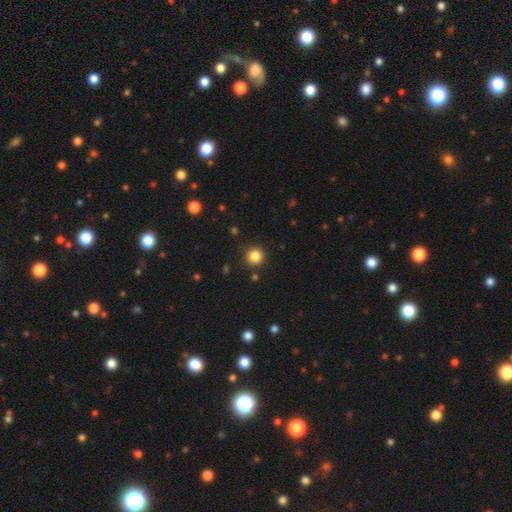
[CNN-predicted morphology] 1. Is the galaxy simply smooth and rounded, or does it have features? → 84% smooth, 12% star or artifact, 4% featured or disk.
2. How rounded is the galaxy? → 94% round, 5% in between, 1% cigar-shaped.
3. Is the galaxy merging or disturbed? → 90% none, 6% minor disturbance, 2% major disturbance, 2% merger.